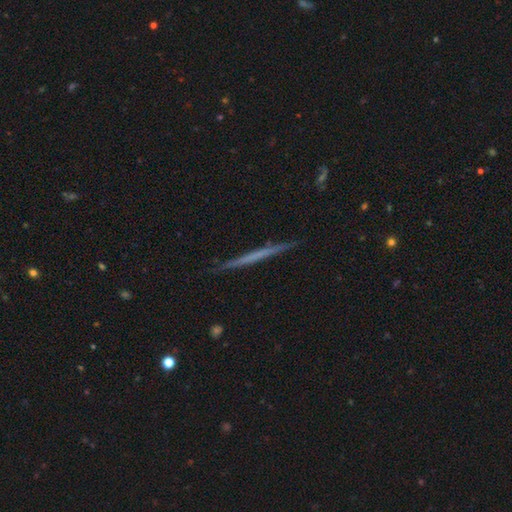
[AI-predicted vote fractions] The model was most divided on "smooth or featured": featured or disk: 54%, smooth: 41%, star or artifact: 6%. More confident: edge-on disk — yes (97%); edge-on bulge — none (92%); merging — none (91%).